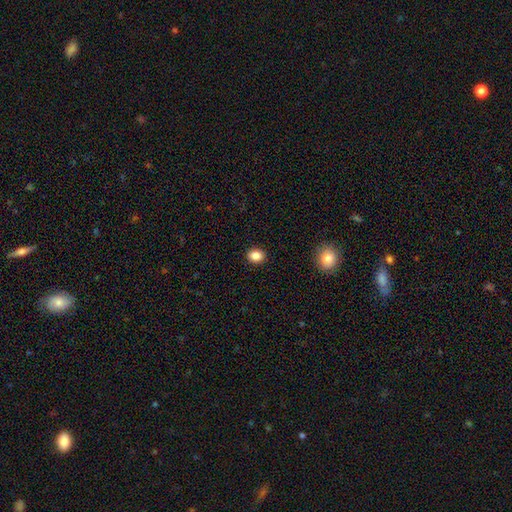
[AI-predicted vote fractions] Overall: smooth (85%). How rounded: round (55%; in between 44%). Merging: none (91%).